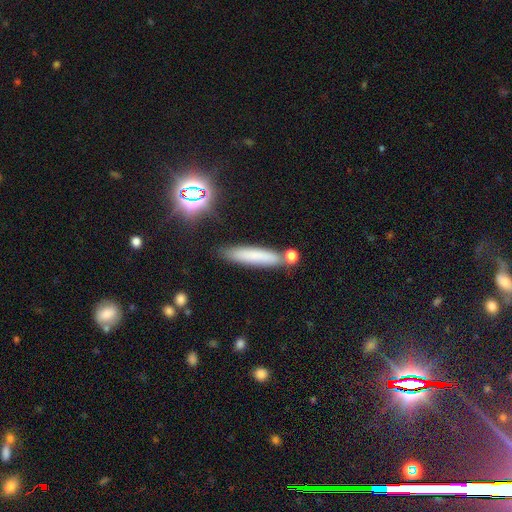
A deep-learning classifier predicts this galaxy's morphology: The model was most divided on "smooth or featured": smooth: 72%, featured or disk: 16%, star or artifact: 13%. More confident: how rounded — cigar-shaped (87%); merging — none (78%).